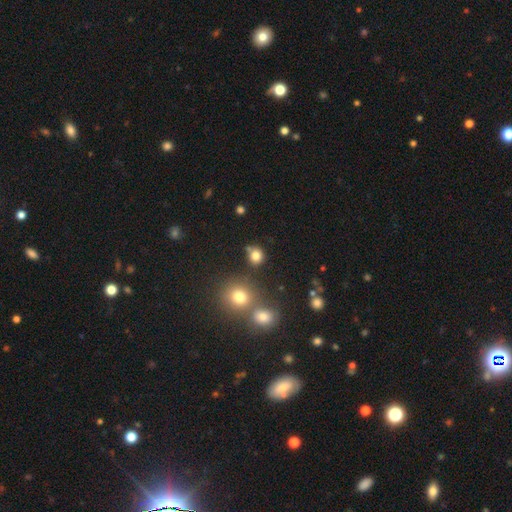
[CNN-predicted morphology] Smooth or featured: smooth — 79% (star or artifact — 15%)
How rounded: round — 82% (in between — 16%)
Merging: none — 71% (minor disturbance — 13%)